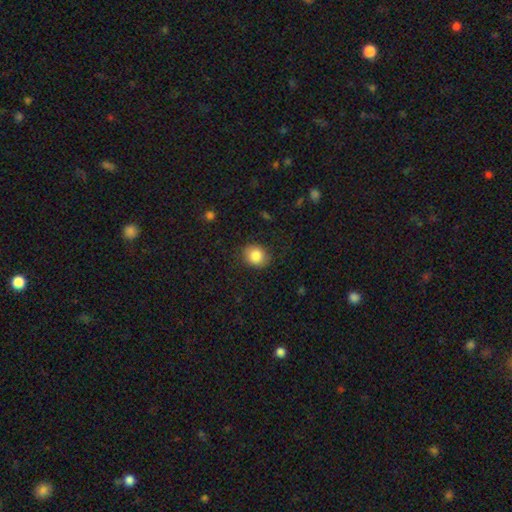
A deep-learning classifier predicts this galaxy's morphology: A smooth galaxy with no disk features (85%) that is round (63%). Merging: none (86%).